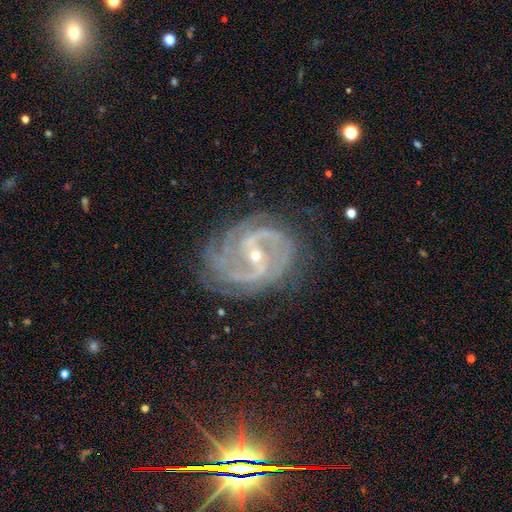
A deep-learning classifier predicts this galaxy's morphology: This is clearly a featured or disk galaxy (91%). It is clearly not viewed edge-on (97%). Bar: marginally weak (41%). Spiral arm pattern: clearly yes (98%). Spiral arm count: possibly 2 (46%). Spiral winding: possibly medium (46%). Central bulge: likely small (75%). Merging: likely none (69%).